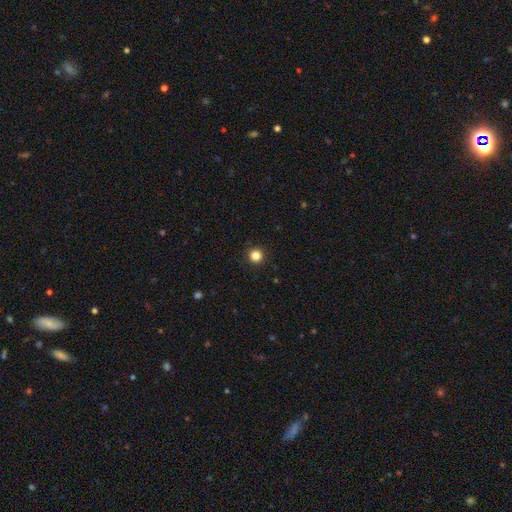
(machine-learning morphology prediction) The model was most divided on "smooth or featured": smooth: 84%, star or artifact: 12%, featured or disk: 4%. More confident: how rounded — round (96%); merging — none (93%).